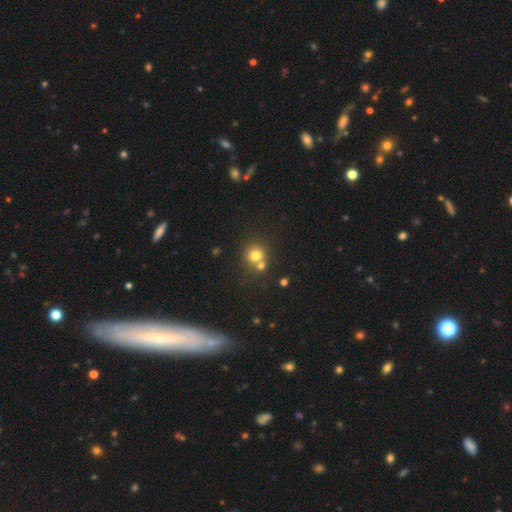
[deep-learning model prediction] A smooth galaxy with no disk features (76%) that is round (86%).

Vote fractions:
- Smooth or featured? smooth: 76% / star or artifact: 14% / featured or disk: 11%
- How rounded? round: 86% / in between: 13% / cigar-shaped: 1%
- Merging? none: 56% / merger: 34% / minor disturbance: 8% / major disturbance: 3%